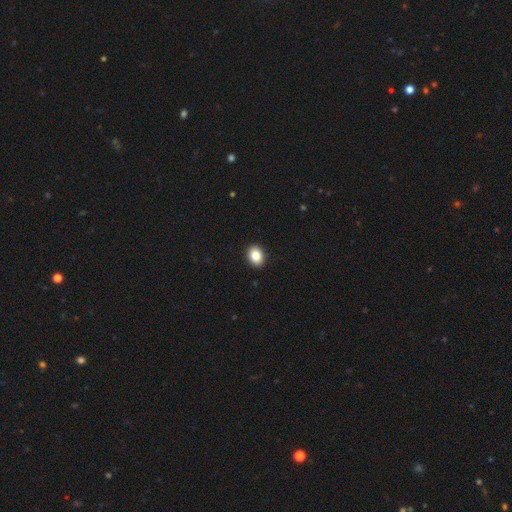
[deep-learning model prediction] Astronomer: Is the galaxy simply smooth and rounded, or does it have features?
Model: smooth — 85%.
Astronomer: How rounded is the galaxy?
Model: in between — 57% (runner-up: round, 42%).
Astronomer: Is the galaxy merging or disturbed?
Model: none — 92%.